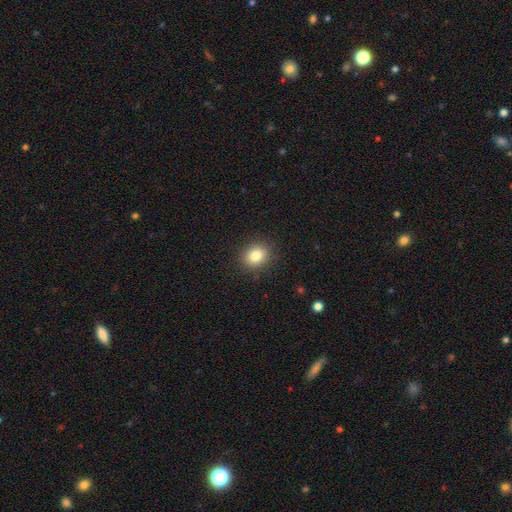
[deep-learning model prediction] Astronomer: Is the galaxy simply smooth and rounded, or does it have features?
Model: smooth — 83%.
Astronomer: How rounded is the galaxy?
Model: round — 63%.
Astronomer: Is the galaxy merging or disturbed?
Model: none — 89%.